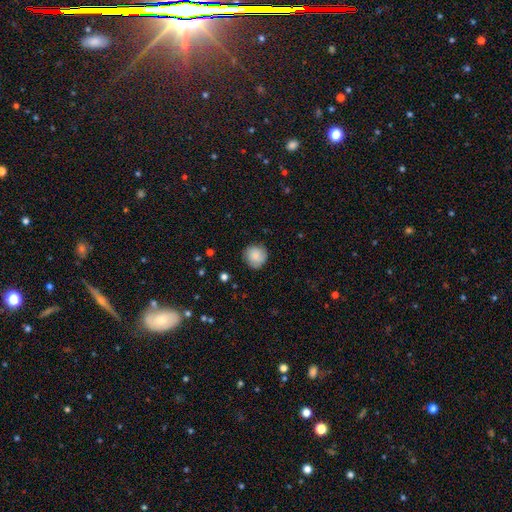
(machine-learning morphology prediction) Smooth or featured? Predicted: smooth (p=0.84). How rounded? Predicted: round (p=0.93). Merging? Predicted: none (p=0.83).